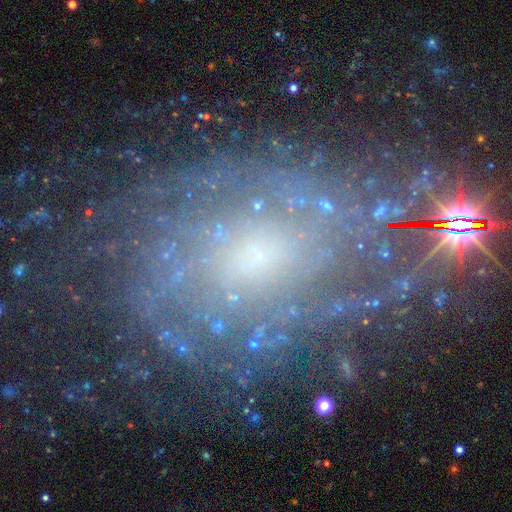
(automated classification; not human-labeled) A featured or disk galaxy (79%) with no bar (71%), tight (59%) spiral arms (90%) and a small central bulge (69%). Merging: none (69%).